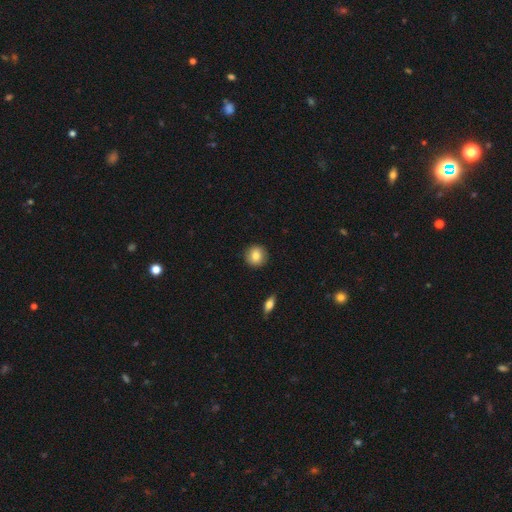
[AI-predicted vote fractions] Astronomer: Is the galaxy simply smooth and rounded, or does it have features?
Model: smooth — 84%.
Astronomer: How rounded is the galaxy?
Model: round — 91%.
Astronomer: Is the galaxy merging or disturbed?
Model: none — 91%.